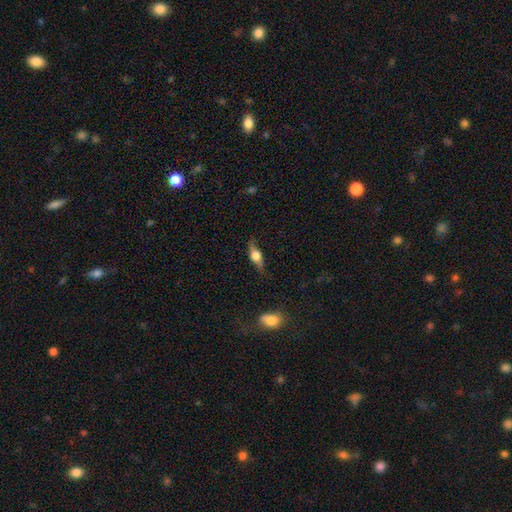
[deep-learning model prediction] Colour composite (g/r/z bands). It shows a featured or disk galaxy (60%) viewed edge-on (83%). Merging: none (74%).